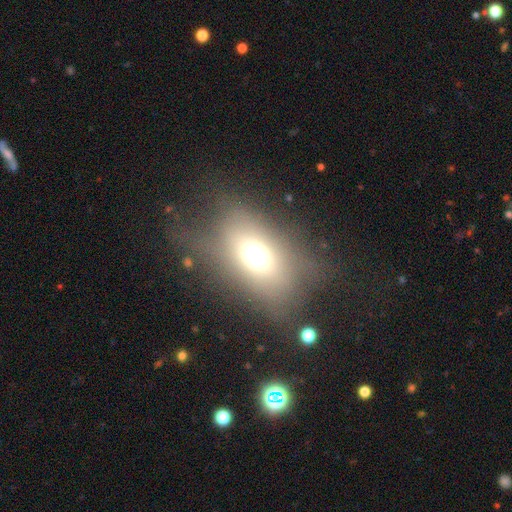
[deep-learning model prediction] Q: Smooth or featured?
A: smooth (59%); runner-up: featured or disk (22%)
Q: How rounded?
A: in between (70%); runner-up: round (26%)
Q: Merging?
A: none (61%); runner-up: major disturbance (18%)